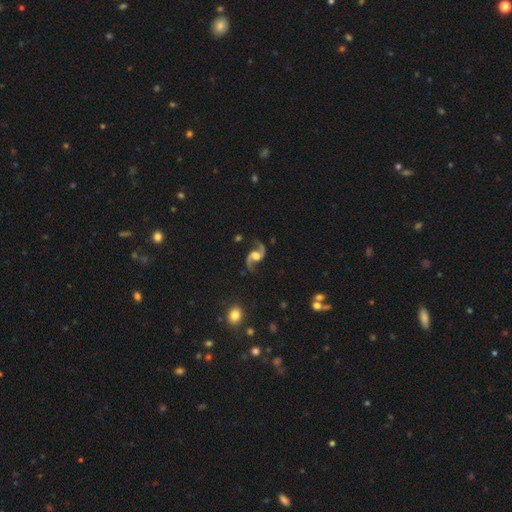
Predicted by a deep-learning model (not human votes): Smooth or featured?
  - featured or disk: 92% *
  - star or artifact: 4%
  - smooth: 3%
Edge-on disk?
  - no: 98% *
  - yes: 2%
Bar?
  - no: 50% *
  - weak: 37%
  - strong: 13%
Spiral arms?
  - yes: 98% *
  - no: 2%
Spiral winding?
  - loose: 72% *
  - medium: 24%
  - tight: 4%
Spiral arm count?
  - 2: 95% *
  - 1: 1%
  - can't tell: 1%
  - 3: 1%
  - 4: 1%
  - more than 4: 1%
Bulge size?
  - moderate: 48% *
  - large: 28%
  - small: 13%
  - none: 7%
  - dominant: 3%
Merging?
  - none: 82% *
  - minor disturbance: 11%
  - major disturbance: 5%
  - merger: 2%